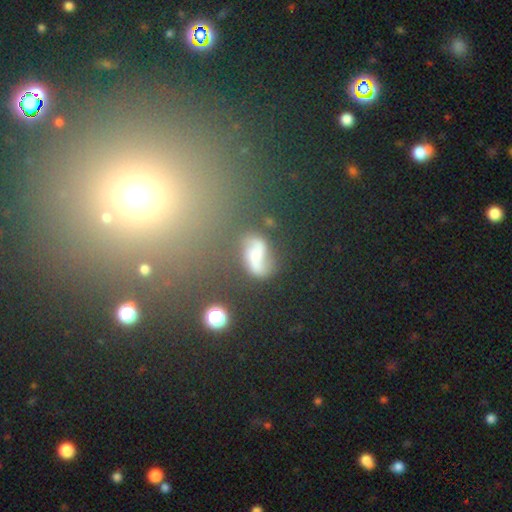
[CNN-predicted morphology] This appears to be a featured or disk galaxy (57%) with no bar (51%), spiral arms (83%) and a moderate central bulge (34%). Merging: none (51%).